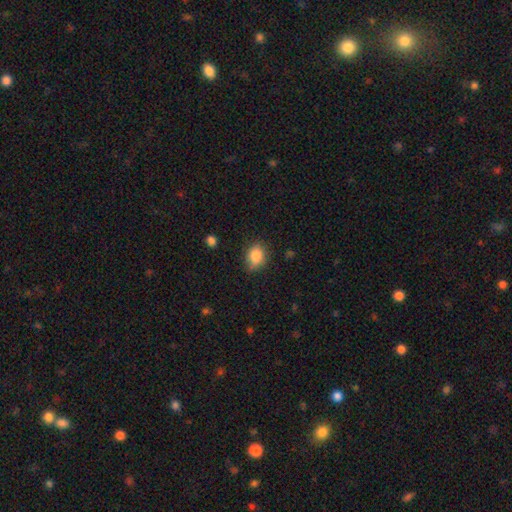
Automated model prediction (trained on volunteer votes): Overall: smooth (85%). How rounded: in between (58%; round 41%). Merging: none (73%).